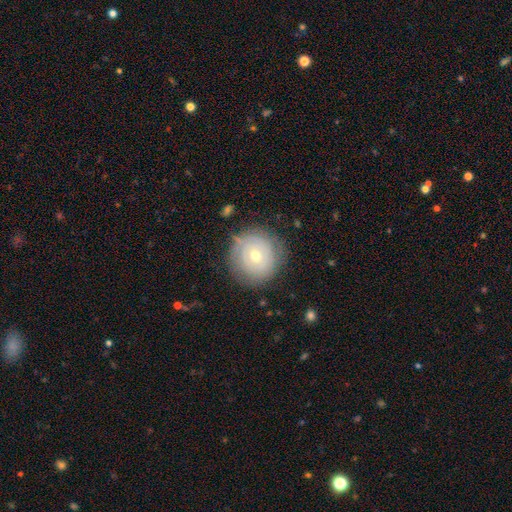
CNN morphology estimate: A featured or disk galaxy (56%) with no bar (74%), spiral arms (64%) and a moderate central bulge (55%). Merging: none (81%).